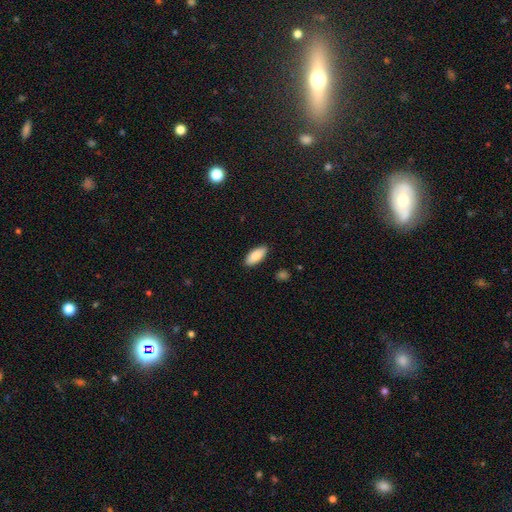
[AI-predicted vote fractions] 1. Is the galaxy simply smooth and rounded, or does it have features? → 82% smooth, 12% featured or disk, 6% star or artifact.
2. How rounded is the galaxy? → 86% in between, 12% cigar-shaped, 2% round.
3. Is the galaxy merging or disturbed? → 89% none, 8% minor disturbance, 2% major disturbance, 1% merger.